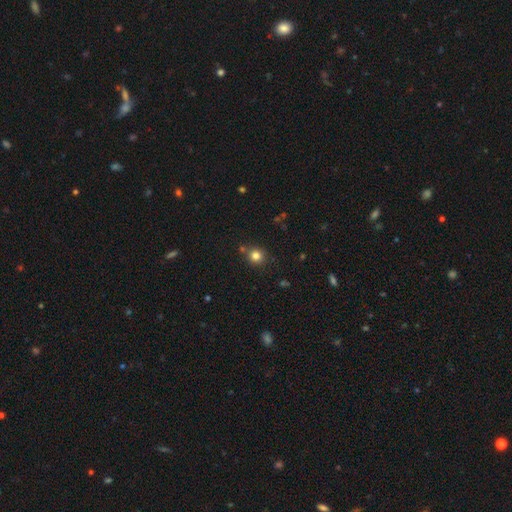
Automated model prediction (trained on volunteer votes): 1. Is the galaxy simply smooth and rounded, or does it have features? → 81% smooth, 14% star or artifact, 6% featured or disk.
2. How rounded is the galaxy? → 89% round, 10% in between, 1% cigar-shaped.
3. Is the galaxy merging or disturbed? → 81% none, 9% minor disturbance, 8% merger, 3% major disturbance.